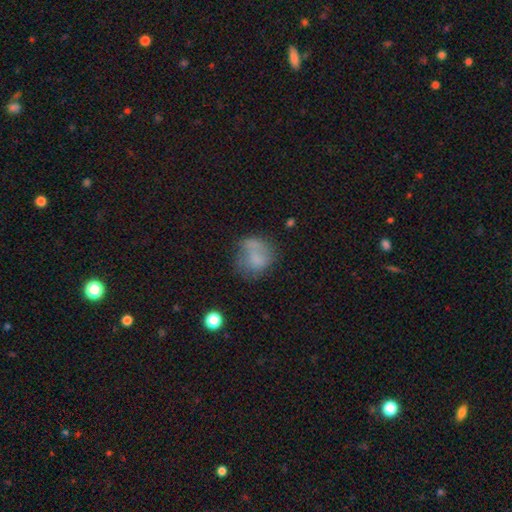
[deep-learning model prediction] Morphology: type=smooth (65%); roundness=round (69%); merging=none (43%).